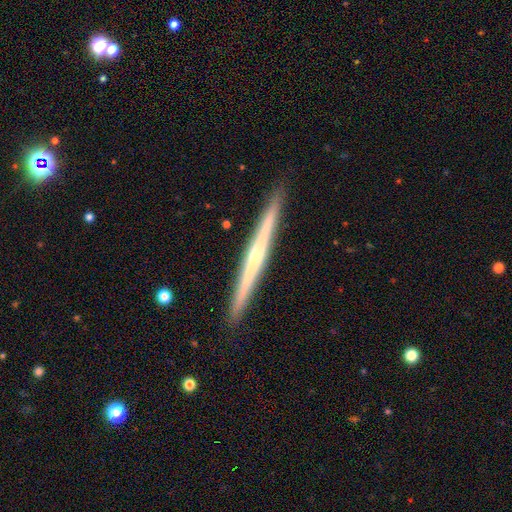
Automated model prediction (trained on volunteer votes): smooth_or_featured: featured or disk (p=0.69) [alt: smooth p=0.25]
disk_edge_on: yes (p=0.98) [alt: no p=0.02]
edge_on_bulge: rounded (p=0.49) [alt: none p=0.45]
merging: none (p=0.92) [alt: minor disturbance p=0.06]